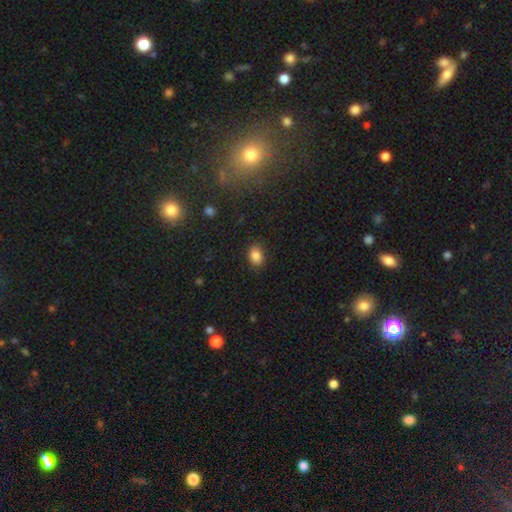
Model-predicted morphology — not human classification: Smooth or featured? smooth (85%)
How rounded? in between (67%)
Merging? none (84%)